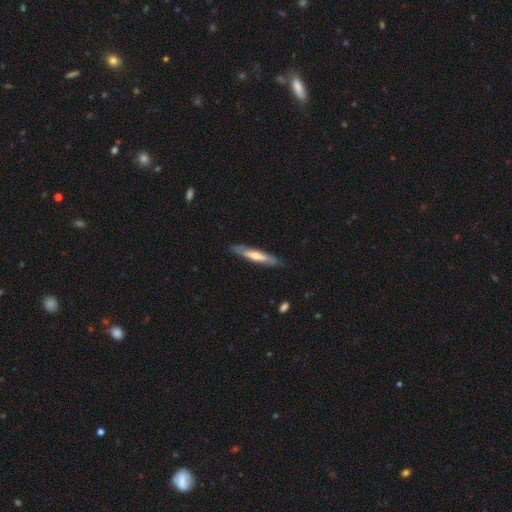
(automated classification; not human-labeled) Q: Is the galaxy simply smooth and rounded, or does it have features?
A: featured or disk — 53%.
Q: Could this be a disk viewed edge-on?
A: yes — 74%.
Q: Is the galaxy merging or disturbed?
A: none — 83%.